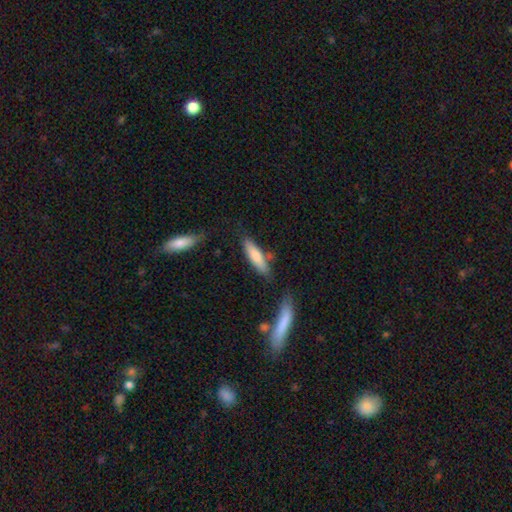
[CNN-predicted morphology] This is likely a smooth galaxy (73%). How rounded: likely cigar-shaped (70%). Merging: likely none (69%).